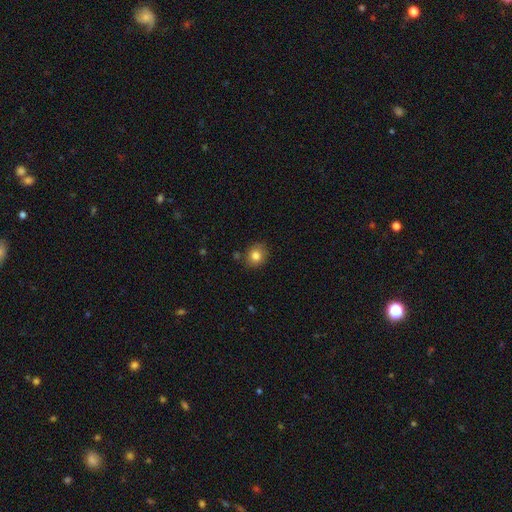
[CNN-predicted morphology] smooth 82%, star or artifact 10%, featured or disk 8%. Down the decision tree: how rounded — round (68%); merging — none (79%).